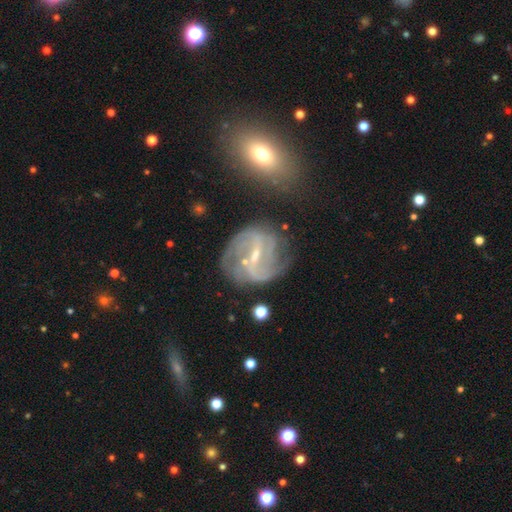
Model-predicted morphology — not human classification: Smooth or featured? featured or disk (85%)
Edge-on disk? no (97%)
Bar? strong (45%)
Spiral arms? yes (93%)
Spiral winding? medium (43%)
Spiral arm count? 2 (53%)
Bulge size? small (72%)
Merging? none (65%)